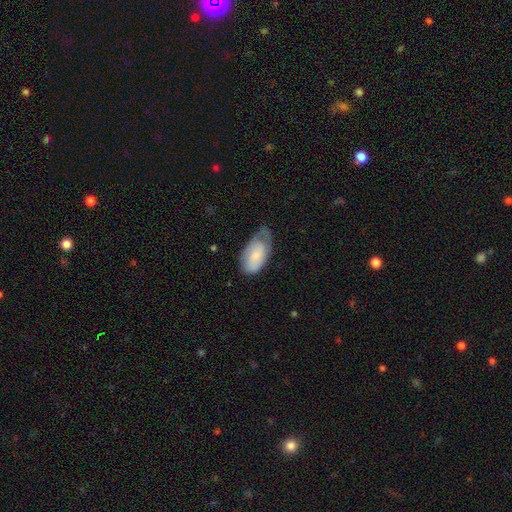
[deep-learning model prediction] Smooth or featured? smooth (68%)
How rounded? in between (94%)
Merging? minor disturbance (43%)